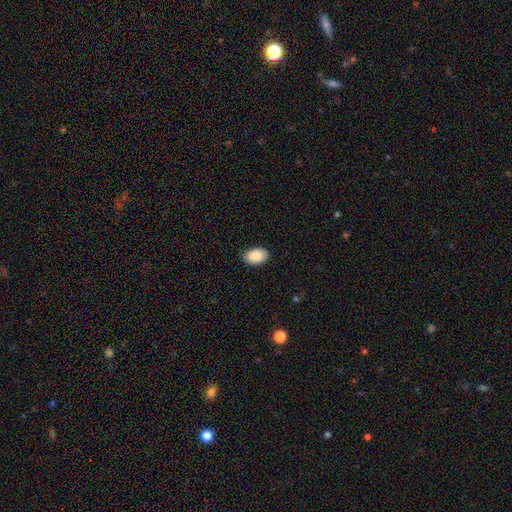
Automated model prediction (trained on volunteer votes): Overall: smooth (90%). How rounded: in between (91%). Merging: none (87%).